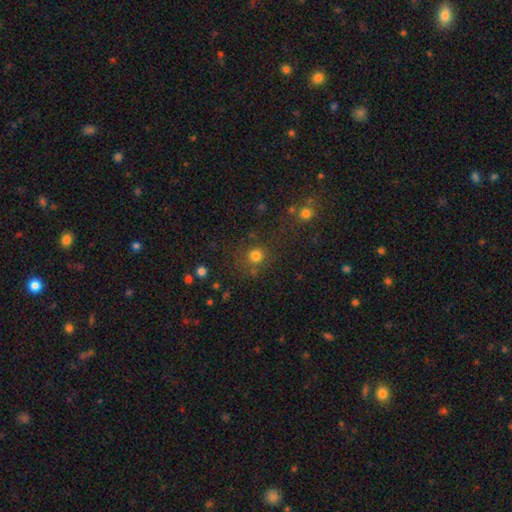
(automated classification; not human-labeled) Smooth or featured?
  - smooth: 77% *
  - star or artifact: 16%
  - featured or disk: 7%
How rounded?
  - round: 90% *
  - in between: 9%
  - cigar-shaped: 1%
Merging?
  - none: 75% *
  - minor disturbance: 11%
  - merger: 9%
  - major disturbance: 6%